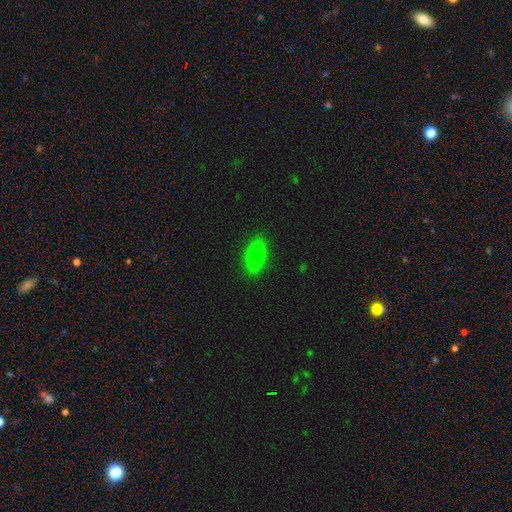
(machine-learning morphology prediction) Overall: smooth (77%). How rounded: in between (80%). Merging: none (88%).